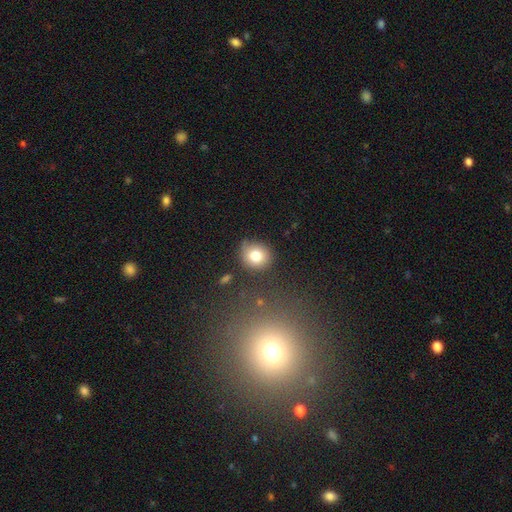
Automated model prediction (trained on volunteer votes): smooth-or-featured: smooth: 79% | star or artifact: 11% | featured or disk: 11%
  how-rounded: round: 79% | in between: 20% | cigar-shaped: 1%
  merging: none: 76% | minor disturbance: 16% | merger: 4% | major disturbance: 4%